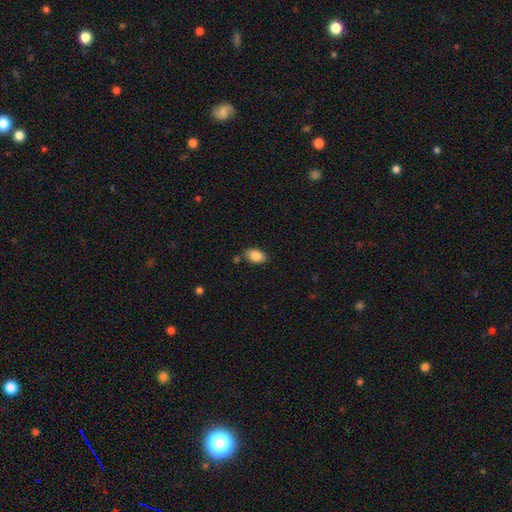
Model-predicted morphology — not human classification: smooth-or-featured: smooth: 86% | star or artifact: 7% | featured or disk: 7%
  how-rounded: in between: 91% | round: 7% | cigar-shaped: 1%
  merging: none: 80% | minor disturbance: 13% | merger: 5% | major disturbance: 2%